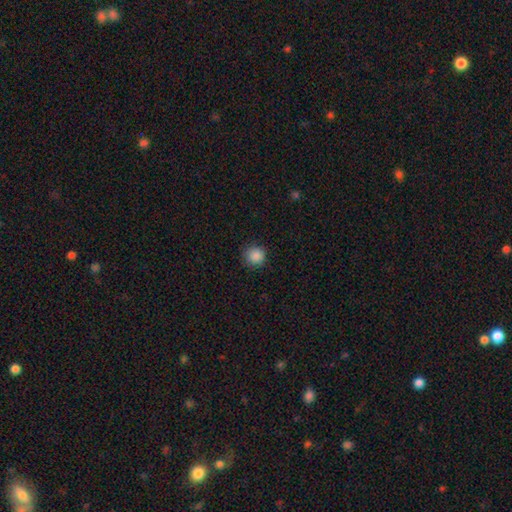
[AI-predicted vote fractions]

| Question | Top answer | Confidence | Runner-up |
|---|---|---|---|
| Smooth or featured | smooth | 87% | star or artifact (10%) |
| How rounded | round | 94% | in between (5%) |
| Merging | none | 88% | minor disturbance (9%) |